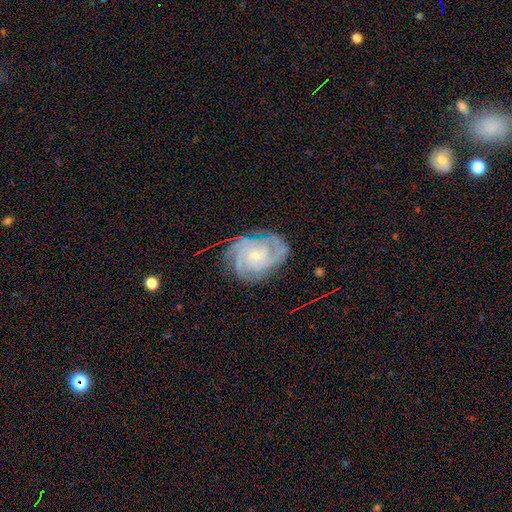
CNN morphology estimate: This appears to be a featured or disk galaxy (86%) with no bar (74%), 4 (27%) tight (71%) spiral arms (97%) and a small central bulge (74%). Merging: none (76%).